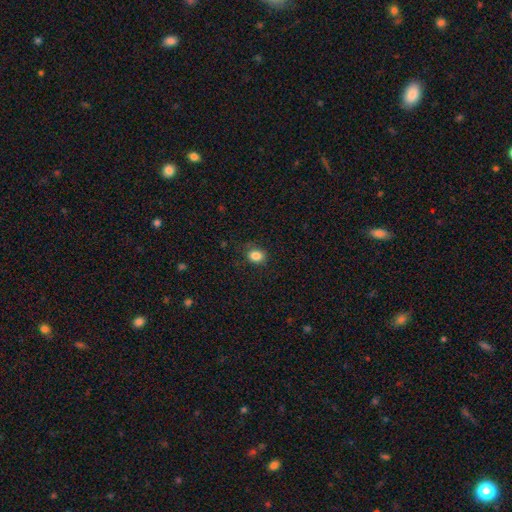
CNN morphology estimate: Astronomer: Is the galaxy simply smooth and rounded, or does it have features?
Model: smooth — 85%.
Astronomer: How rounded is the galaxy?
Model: round — 51% (runner-up: in between, 48%).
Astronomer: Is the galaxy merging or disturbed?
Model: none — 78%.